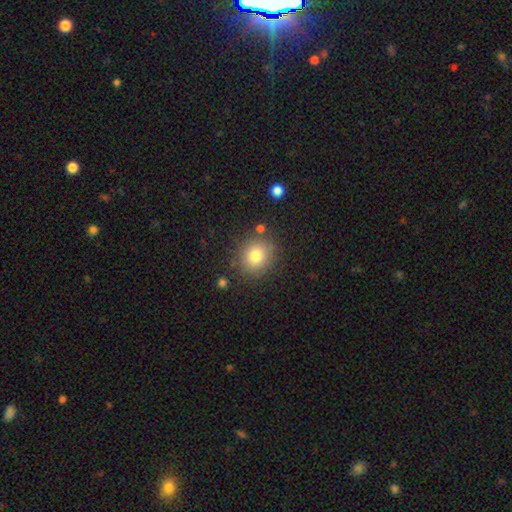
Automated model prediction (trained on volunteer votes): The model was most divided on "how rounded": round: 81%, in between: 18%, cigar-shaped: 1%. More confident: merging — none (83%); smooth or featured — smooth (79%).